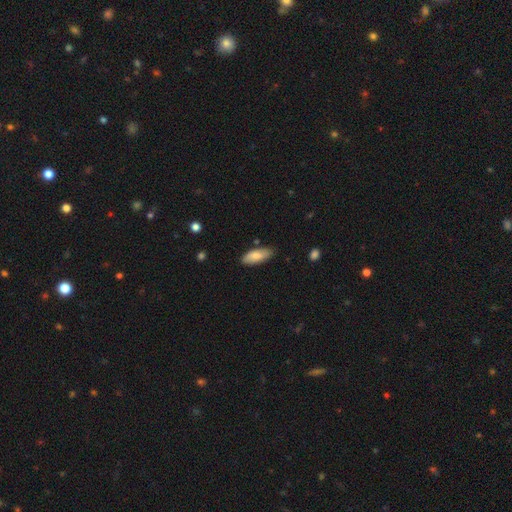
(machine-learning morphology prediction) Smooth or featured? smooth (78%)
How rounded? in between (78%)
Merging? none (79%)